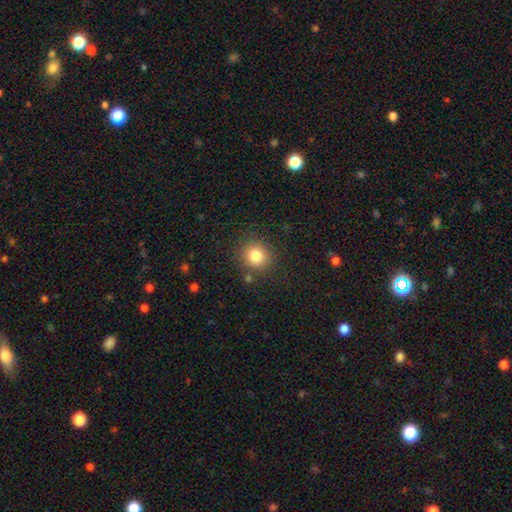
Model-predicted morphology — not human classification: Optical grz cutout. It shows a smooth galaxy with no disk features (82%) that is round (88%). Merging: none (85%).